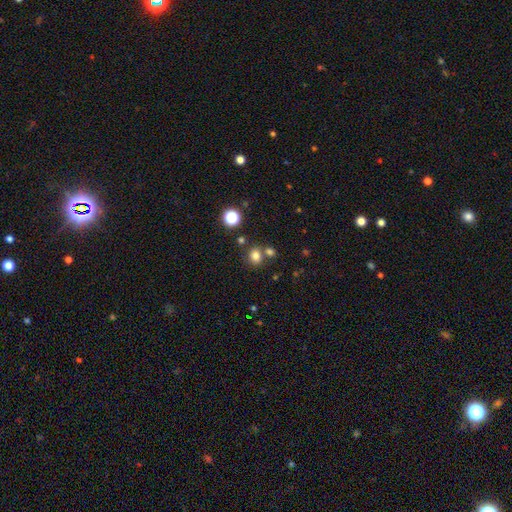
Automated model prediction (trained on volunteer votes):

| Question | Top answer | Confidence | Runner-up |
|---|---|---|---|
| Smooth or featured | smooth | 77% | star or artifact (16%) |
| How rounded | round | 70% | in between (29%) |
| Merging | none | 68% | merger (18%) |